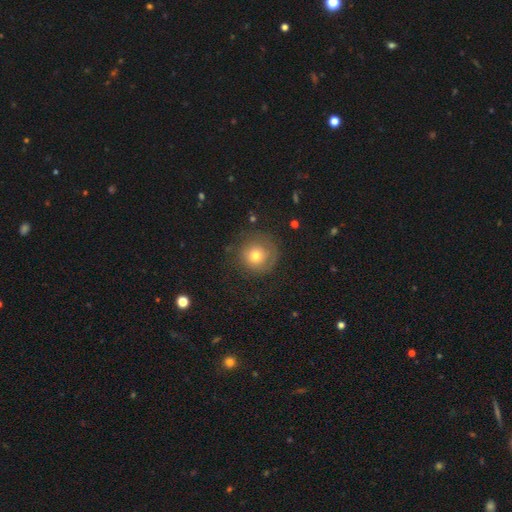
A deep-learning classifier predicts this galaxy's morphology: smooth 63%, featured or disk 25%, star or artifact 12%. Down the decision tree: how rounded — round (93%); merging — none (72%).